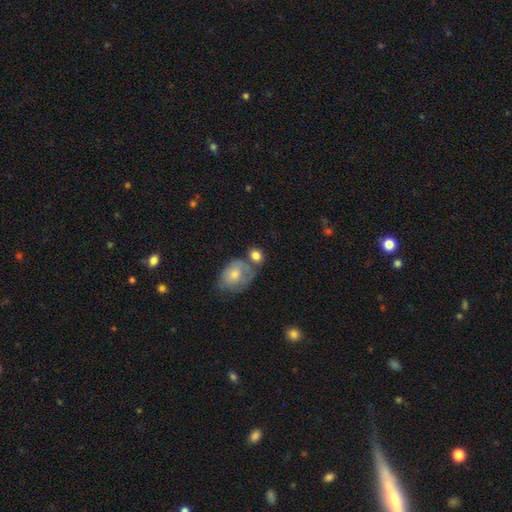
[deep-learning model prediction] smooth_or_featured: smooth (p=0.78) [alt: featured or disk p=0.13]
how_rounded: round (p=0.55) [alt: in between p=0.44]
merging: none (p=0.45) [alt: merger p=0.31]